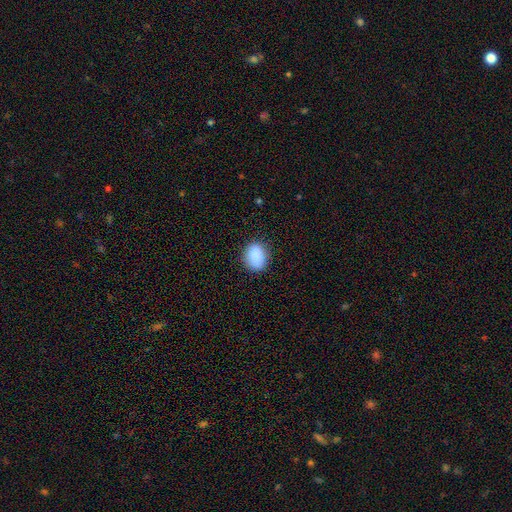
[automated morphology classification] Overall: smooth (89%). How rounded: in between (54%; round 45%). Merging: none (83%).